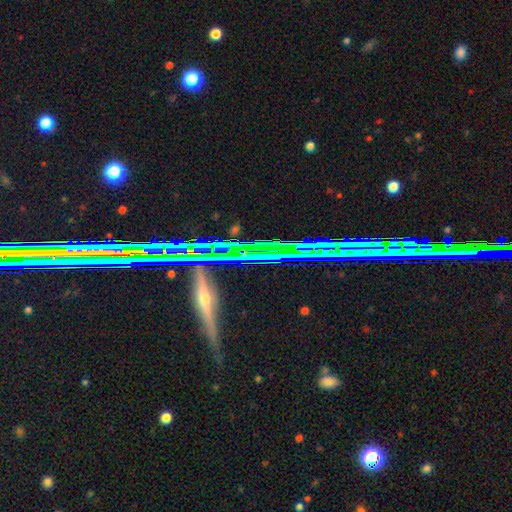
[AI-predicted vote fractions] A star or artifact, not a galaxy (51%).

Vote fractions:
- Smooth or featured? star or artifact: 51% / featured or disk: 36% / smooth: 13%